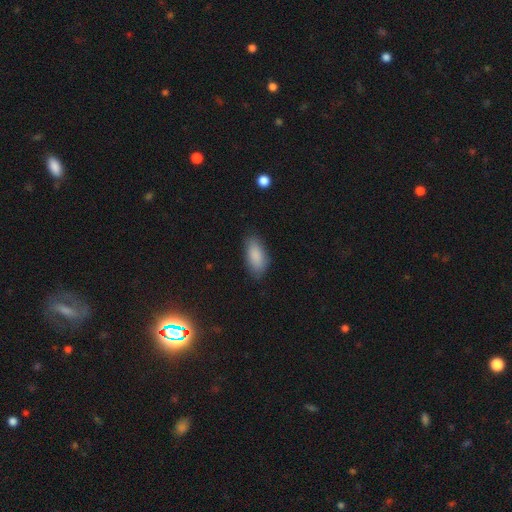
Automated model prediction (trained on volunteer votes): smooth 88%, star or artifact 6%, featured or disk 5%. Down the decision tree: how rounded — in between (88%); merging — none (82%).